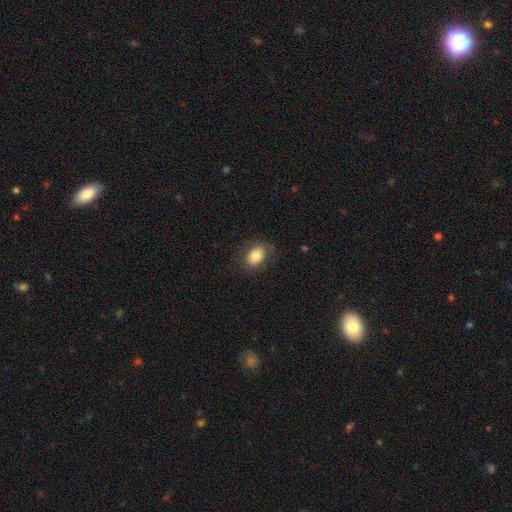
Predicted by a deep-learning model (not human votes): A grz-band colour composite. It shows a smooth galaxy with no disk features (81%) that is in between round and cigar-shaped (78%). Merging: none (80%).